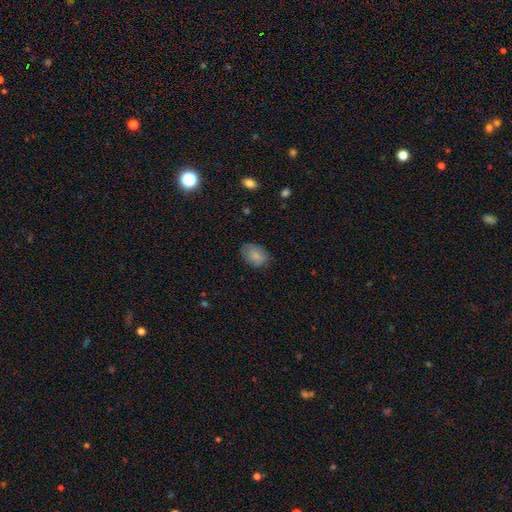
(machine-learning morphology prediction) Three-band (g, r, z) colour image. It shows a smooth galaxy with no disk features (81%) that is in between round and cigar-shaped (81%). Merging: none (71%).